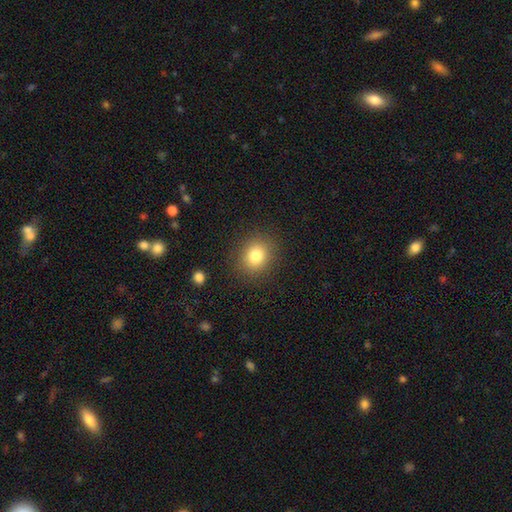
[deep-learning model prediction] Smooth or featured? smooth (81%)
How rounded? round (71%)
Merging? none (88%)